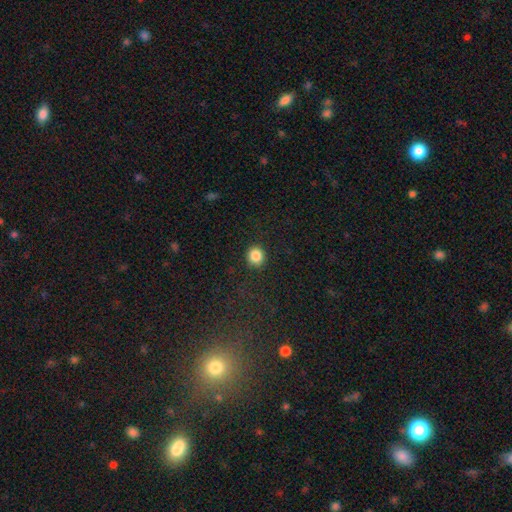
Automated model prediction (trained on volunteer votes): Smooth or featured? smooth (85%)
How rounded? round (87%)
Merging? none (89%)